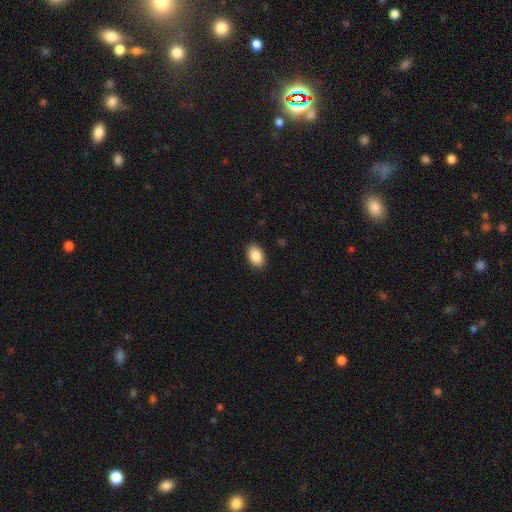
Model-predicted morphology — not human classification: This appears to be a smooth galaxy with no disk features (89%) that is in between round and cigar-shaped (91%). Merging: none (90%).